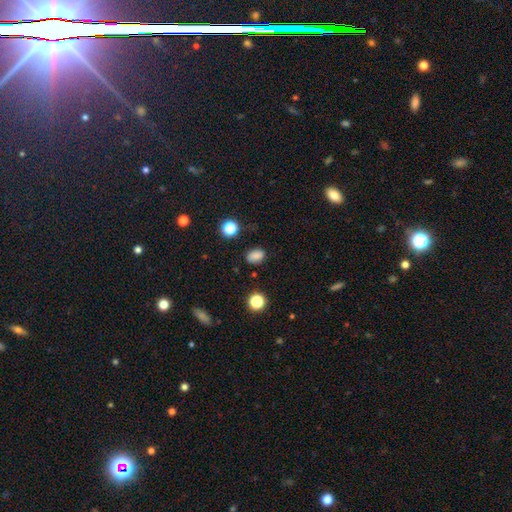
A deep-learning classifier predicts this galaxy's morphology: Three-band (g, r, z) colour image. It shows a smooth galaxy with no disk features (82%) that is in between round and cigar-shaped (78%). Merging: none (81%).